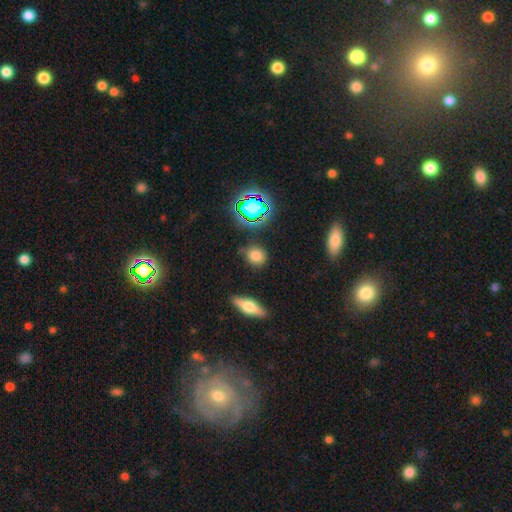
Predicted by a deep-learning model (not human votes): Smooth or featured?
  - smooth: 72% *
  - star or artifact: 19%
  - featured or disk: 9%
How rounded?
  - round: 74% *
  - in between: 23%
  - cigar-shaped: 3%
Merging?
  - none: 79% *
  - minor disturbance: 14%
  - major disturbance: 4%
  - merger: 3%